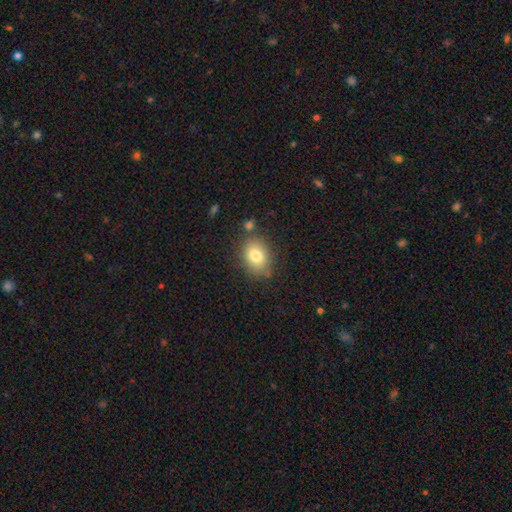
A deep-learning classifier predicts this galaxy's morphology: A smooth galaxy with no disk features (80%) that is in between round and cigar-shaped (64%).

Vote fractions:
- Smooth or featured? smooth: 80% / featured or disk: 11% / star or artifact: 9%
- How rounded? in between: 64% / round: 34% / cigar-shaped: 1%
- Merging? none: 77% / minor disturbance: 14% / merger: 5% / major disturbance: 4%